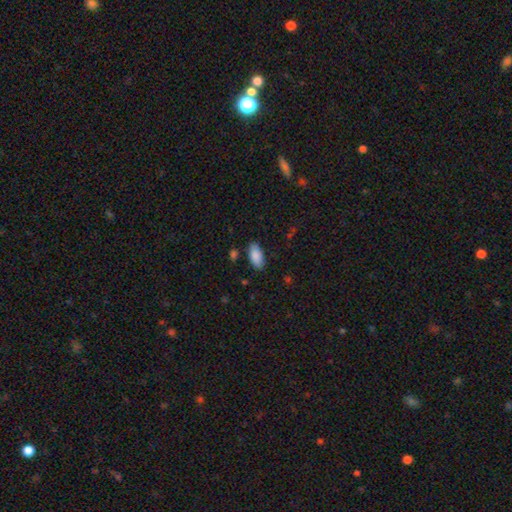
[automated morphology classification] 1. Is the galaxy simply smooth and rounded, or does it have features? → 88% smooth, 6% star or artifact, 6% featured or disk.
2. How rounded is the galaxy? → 92% in between, 7% cigar-shaped, 2% round.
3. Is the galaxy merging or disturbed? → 84% none, 11% minor disturbance, 3% major disturbance, 2% merger.